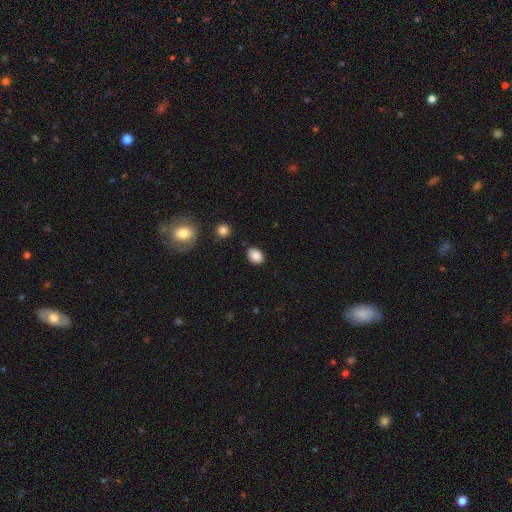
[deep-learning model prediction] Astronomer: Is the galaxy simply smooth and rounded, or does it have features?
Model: smooth — 87%.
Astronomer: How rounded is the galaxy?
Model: in between — 71%.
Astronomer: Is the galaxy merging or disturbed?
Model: none — 85%.